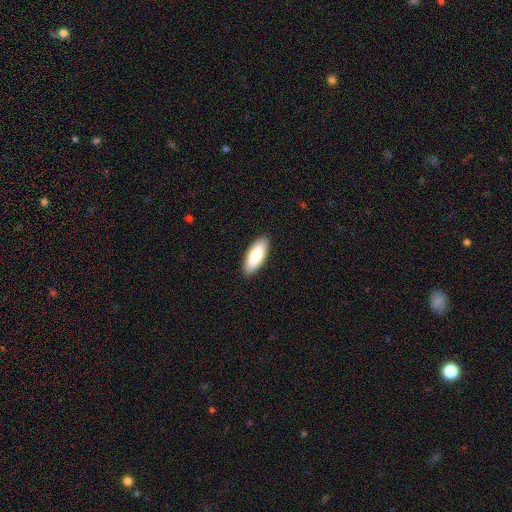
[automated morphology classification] A smooth galaxy with no disk features (82%) that is in between round and cigar-shaped (80%). Merging: none (90%).